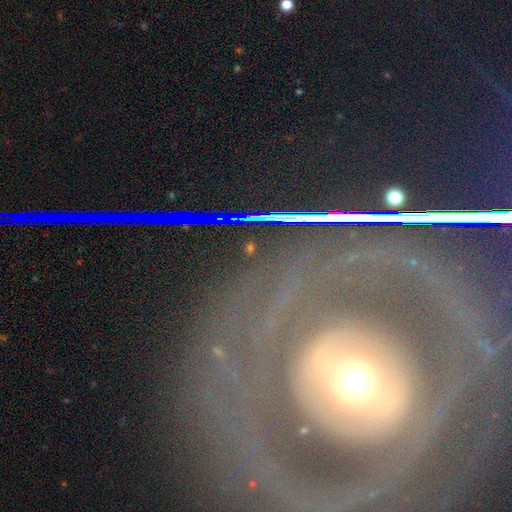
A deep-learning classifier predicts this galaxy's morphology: A featured or disk galaxy (69%) with no bar (46%), no spiral arms (50%, tied with yes) and a moderate central bulge (69%). Merging: none (77%).